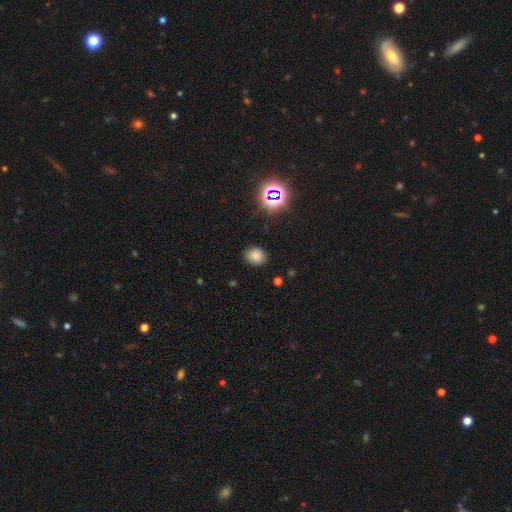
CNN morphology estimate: smooth 77%, star or artifact 17%, featured or disk 6%. Down the decision tree: how rounded — round (59%); merging — none (85%).